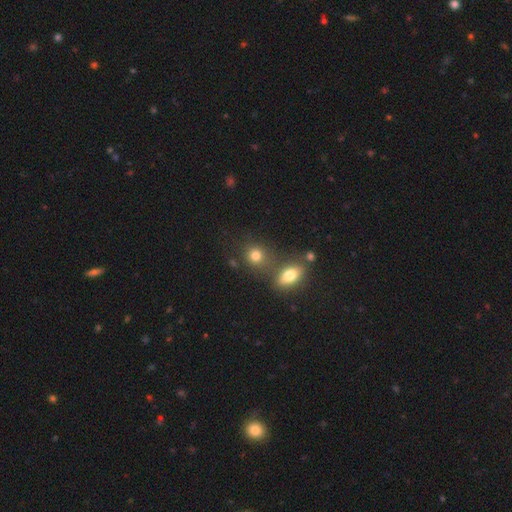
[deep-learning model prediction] Morphology: type=smooth (78%); roundness=round (69%); merging=none (60%).